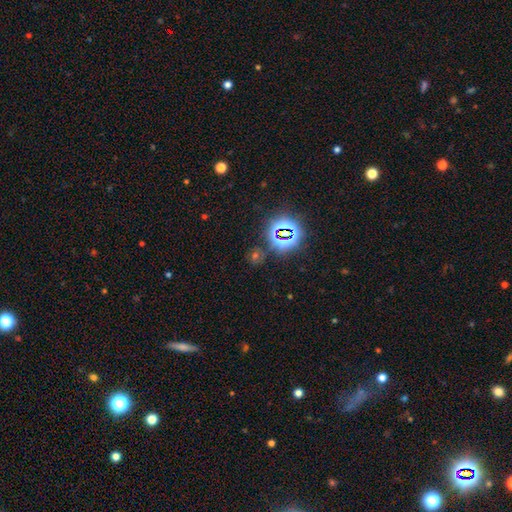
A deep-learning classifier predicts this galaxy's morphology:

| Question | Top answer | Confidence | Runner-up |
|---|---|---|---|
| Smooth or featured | star or artifact | 65% | smooth (27%) |